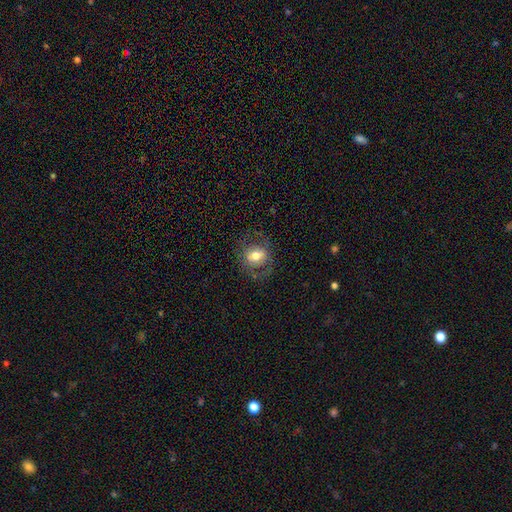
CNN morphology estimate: smooth-or-featured: smooth: 56% | featured or disk: 34% | star or artifact: 10%
  how-rounded: round: 64% | in between: 35% | cigar-shaped: 1%
  merging: none: 69% | minor disturbance: 17% | major disturbance: 13% | merger: 1%